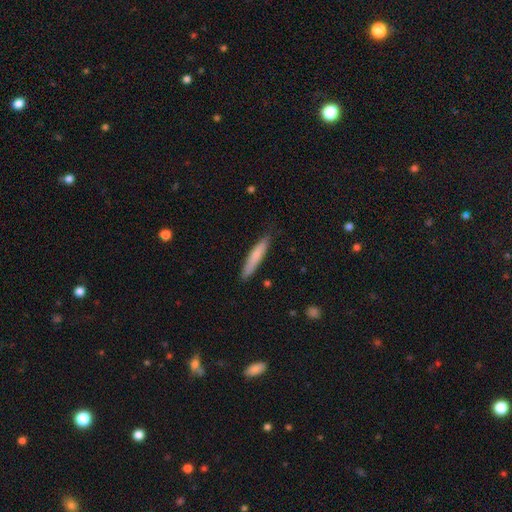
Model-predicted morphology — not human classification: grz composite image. It shows a smooth galaxy with no disk features (74%) that is cigar-shaped (93%). Merging: none (86%).